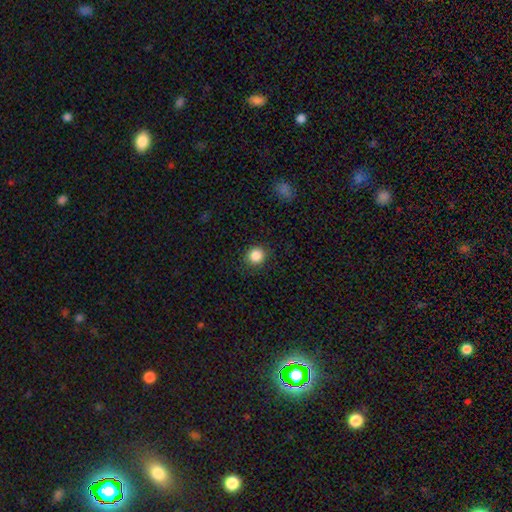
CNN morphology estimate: smooth 86%, star or artifact 10%, featured or disk 4%. Down the decision tree: how rounded — round (90%); merging — none (89%).